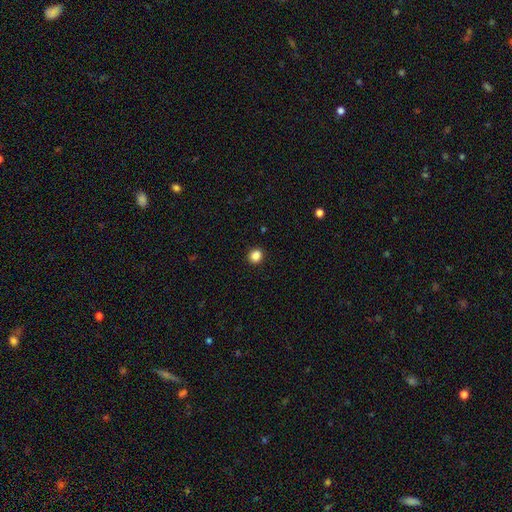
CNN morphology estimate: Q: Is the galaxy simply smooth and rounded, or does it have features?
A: smooth — 86%.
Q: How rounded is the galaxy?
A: round — 82%.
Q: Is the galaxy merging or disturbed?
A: none — 92%.